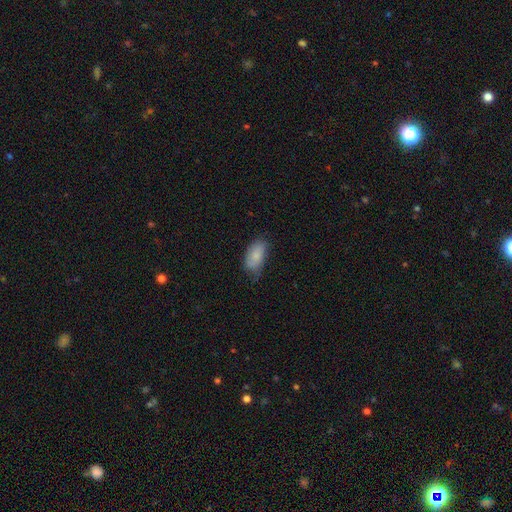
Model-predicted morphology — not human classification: A smooth galaxy with no disk features (82%) that is in between round and cigar-shaped (93%). Merging: none (54%).